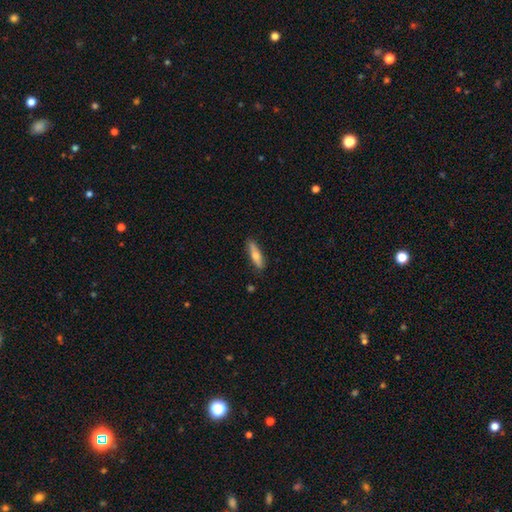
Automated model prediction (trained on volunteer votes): Morphology: type=smooth (62%); roundness=cigar-shaped (69%); merging=none (85%).